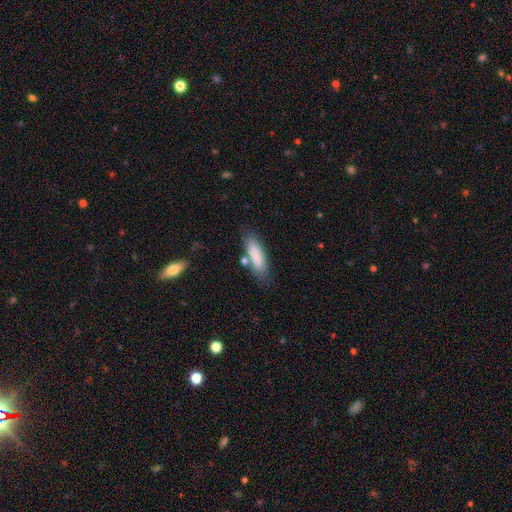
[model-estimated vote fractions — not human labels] Morphology: type=smooth (84%); roundness=cigar-shaped (49%, tied with in between); merging=none (74%).